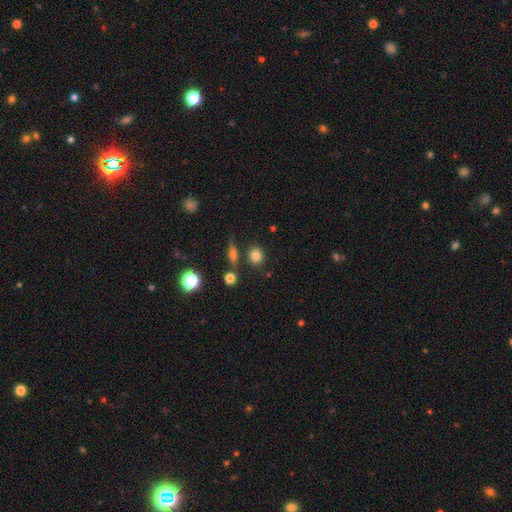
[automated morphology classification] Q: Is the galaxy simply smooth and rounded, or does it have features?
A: smooth — 78%.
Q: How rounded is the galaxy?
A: round — 78%.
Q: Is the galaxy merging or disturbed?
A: none — 79%.